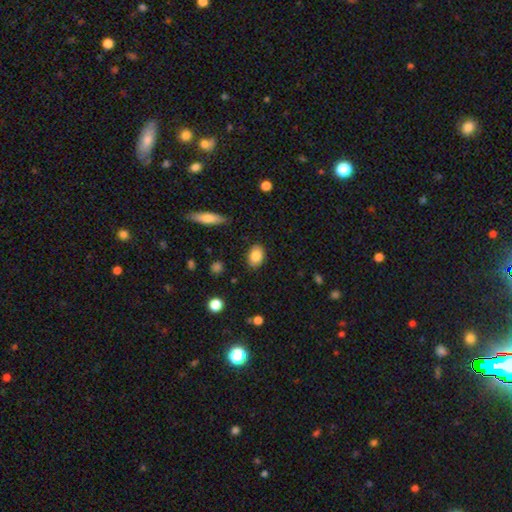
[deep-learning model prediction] A smooth galaxy with no disk features (85%) that is in between round and cigar-shaped (78%). Merging: none (86%).